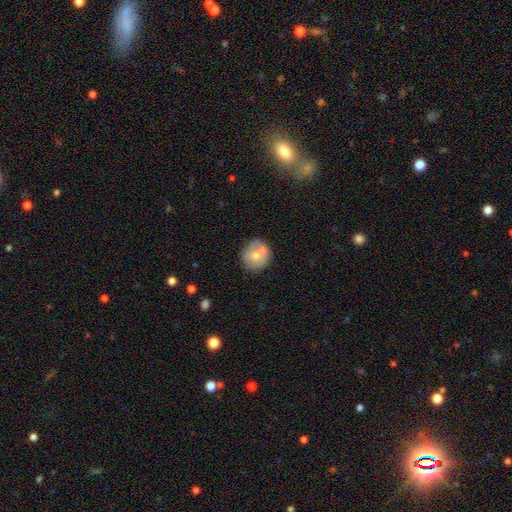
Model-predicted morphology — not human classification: smooth 65%, featured or disk 26%, star or artifact 9%. Down the decision tree: how rounded — round (90%); merging — none (62%).